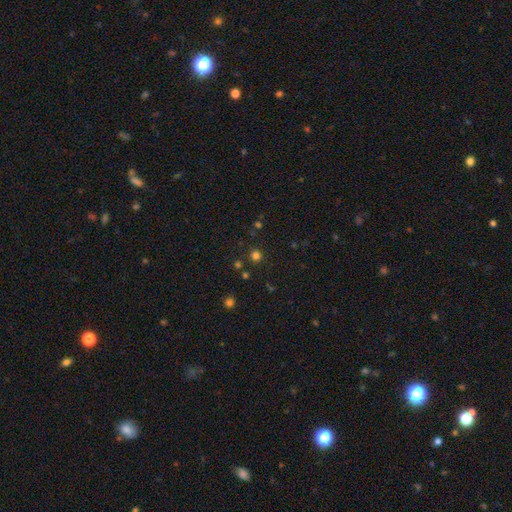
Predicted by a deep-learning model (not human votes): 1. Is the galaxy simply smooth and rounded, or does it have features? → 73% smooth, 22% star or artifact, 5% featured or disk.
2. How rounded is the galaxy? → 94% round, 5% in between, 1% cigar-shaped.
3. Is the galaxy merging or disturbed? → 87% none, 6% minor disturbance, 4% merger, 2% major disturbance.